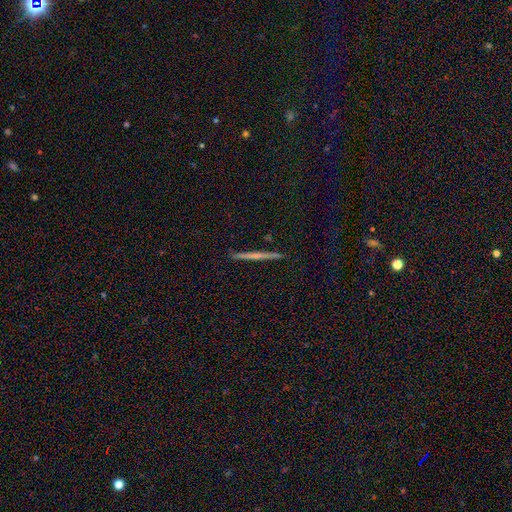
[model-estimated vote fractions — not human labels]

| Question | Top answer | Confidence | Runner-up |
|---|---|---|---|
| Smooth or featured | featured or disk | 52% | smooth (41%) |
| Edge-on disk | yes | 98% | no (2%) |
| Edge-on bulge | none | 77% | rounded (18%) |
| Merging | none | 92% | minor disturbance (5%) |